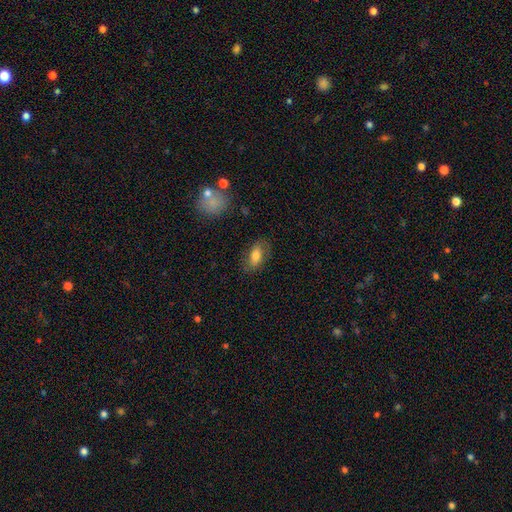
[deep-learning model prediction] Morphology: type=smooth (74%); roundness=in between (87%); merging=none (79%).